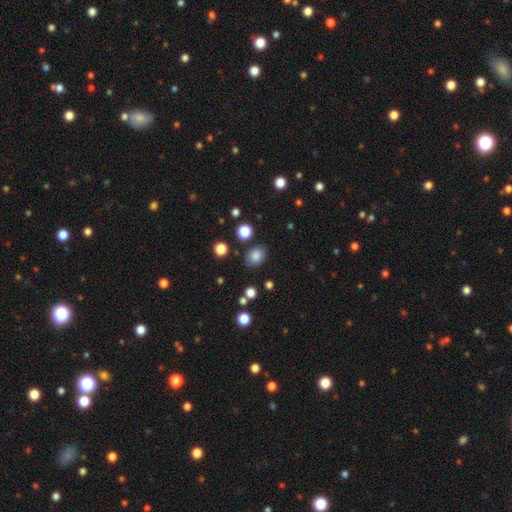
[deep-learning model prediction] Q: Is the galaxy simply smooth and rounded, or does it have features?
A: smooth — 83%.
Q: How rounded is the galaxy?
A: in between — 50%.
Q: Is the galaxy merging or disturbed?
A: none — 81%.